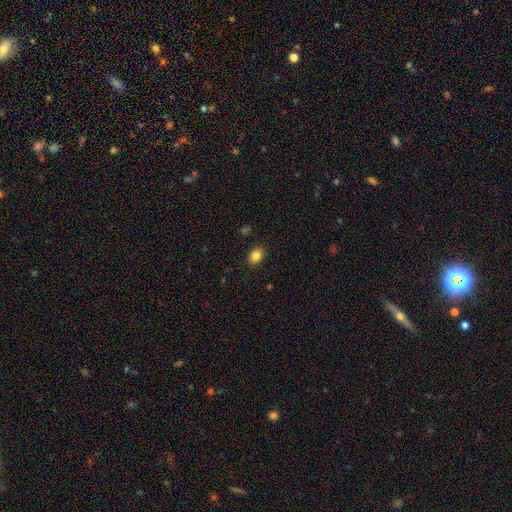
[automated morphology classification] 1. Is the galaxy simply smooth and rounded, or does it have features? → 85% smooth, 10% star or artifact, 5% featured or disk.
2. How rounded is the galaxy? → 68% in between, 31% round, 1% cigar-shaped.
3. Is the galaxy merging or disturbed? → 89% none, 8% minor disturbance, 2% major disturbance, 1% merger.